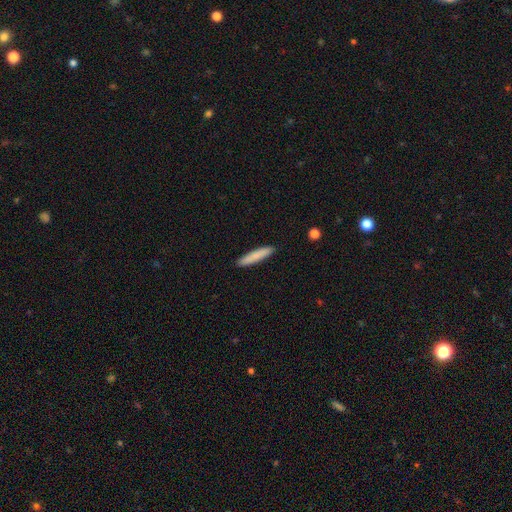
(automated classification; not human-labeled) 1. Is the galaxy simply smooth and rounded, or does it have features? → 82% smooth, 12% featured or disk, 6% star or artifact.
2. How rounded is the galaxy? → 91% cigar-shaped, 8% in between, 1% round.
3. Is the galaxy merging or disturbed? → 91% none, 7% minor disturbance, 1% major disturbance, 1% merger.